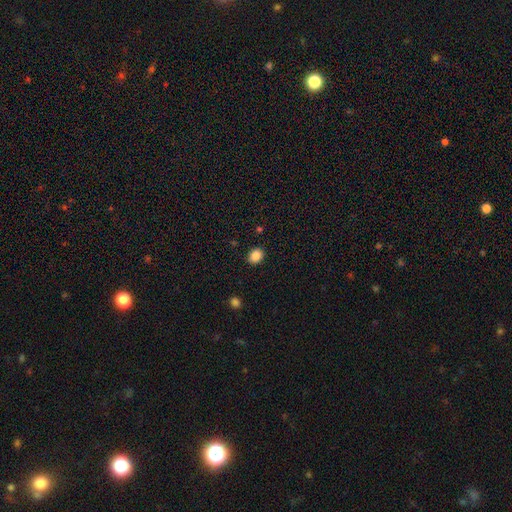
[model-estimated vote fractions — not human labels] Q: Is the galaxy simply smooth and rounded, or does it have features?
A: smooth — 86%.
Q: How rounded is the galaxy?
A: round — 52%.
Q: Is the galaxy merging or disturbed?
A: none — 90%.